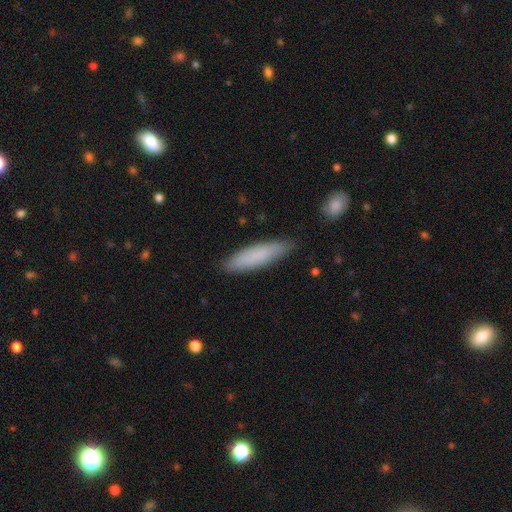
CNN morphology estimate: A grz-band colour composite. It shows a smooth galaxy with no disk features (81%) that is cigar-shaped (73%). Merging: none (86%).